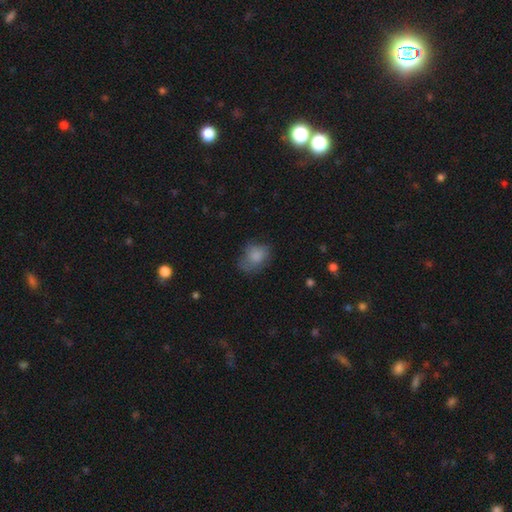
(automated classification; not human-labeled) Smooth or featured? Predicted: smooth (p=0.78). How rounded? Predicted: in between (p=0.57). Merging? Predicted: none (p=0.49).